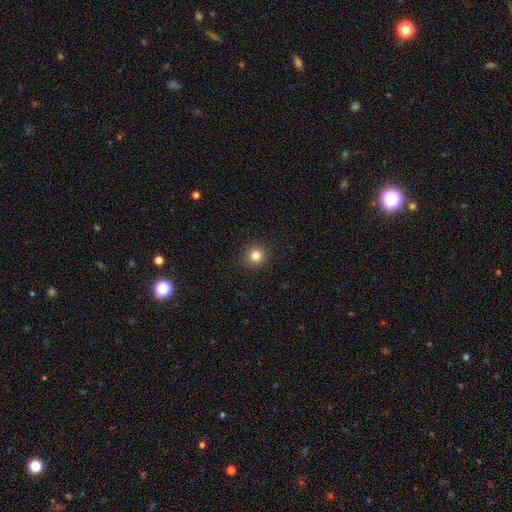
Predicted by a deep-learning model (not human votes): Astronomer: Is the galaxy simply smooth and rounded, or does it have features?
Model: smooth — 83%.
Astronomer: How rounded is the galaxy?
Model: round — 93%.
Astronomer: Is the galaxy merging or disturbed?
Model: none — 92%.